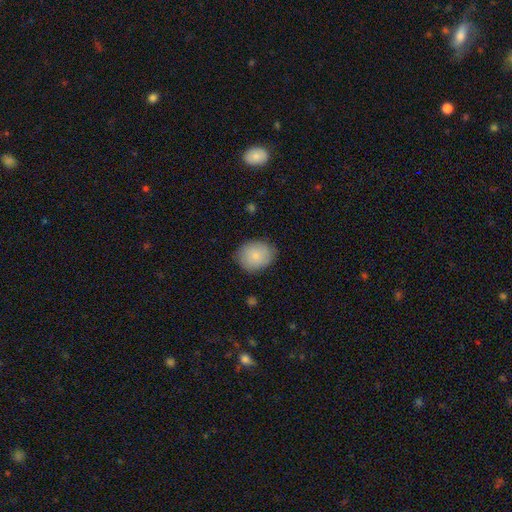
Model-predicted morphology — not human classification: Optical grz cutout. It shows a smooth galaxy with no disk features (83%) that is round (55%). Merging: none (82%).